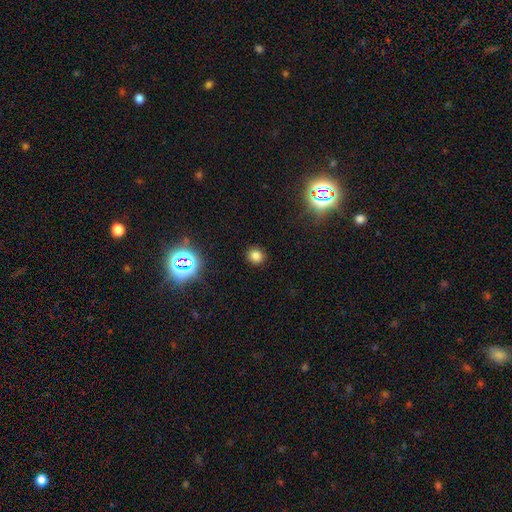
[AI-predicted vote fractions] Smooth or featured: smooth — 76% (star or artifact — 19%)
How rounded: round — 83% (in between — 16%)
Merging: none — 90% (minor disturbance — 7%)